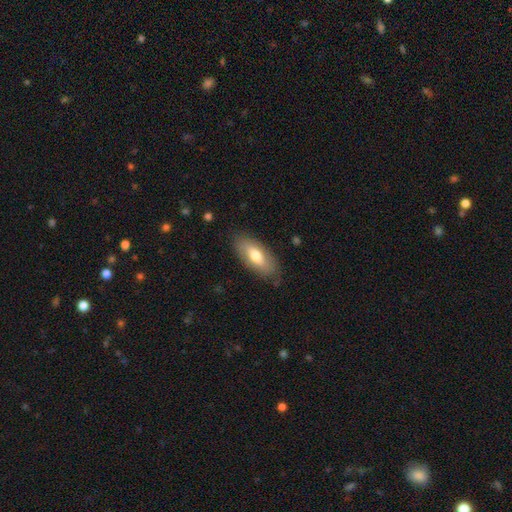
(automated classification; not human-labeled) smooth 67%, featured or disk 27%, star or artifact 6%. Down the decision tree: how rounded — in between (84%); merging — none (82%).